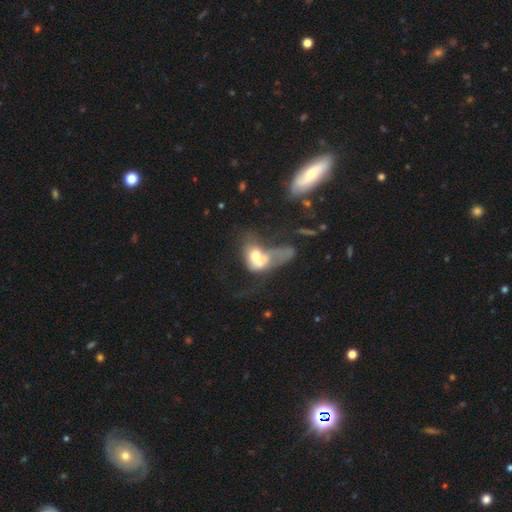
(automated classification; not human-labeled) smooth 54%, featured or disk 36%, star or artifact 10%. Down the decision tree: how rounded — in between (67%); merging — merger (60%).